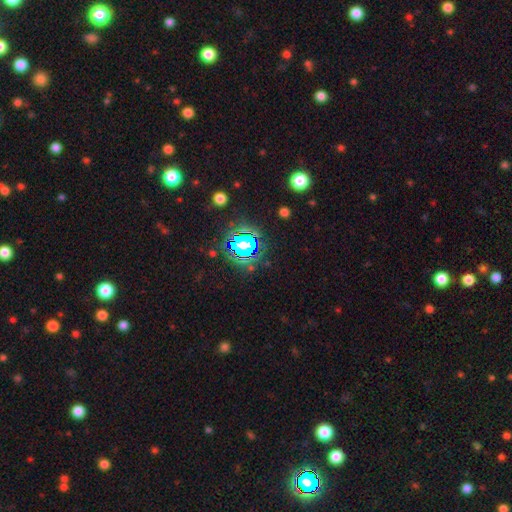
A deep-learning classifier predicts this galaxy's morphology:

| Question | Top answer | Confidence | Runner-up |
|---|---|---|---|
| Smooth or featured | star or artifact | 76% | smooth (15%) |